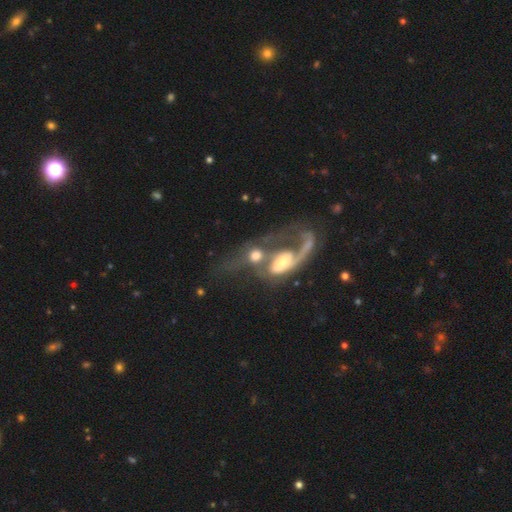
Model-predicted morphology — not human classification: smooth_or_featured: featured or disk (p=0.55) [alt: smooth p=0.36]
disk_edge_on: no (p=0.92) [alt: yes p=0.08]
bar: no (p=0.61) [alt: weak p=0.28]
has_spiral_arms: yes (p=0.65) [alt: no p=0.35]
bulge_size: moderate (p=0.46) [alt: small p=0.25]
merging: merger (p=0.65) [alt: major disturbance p=0.18]